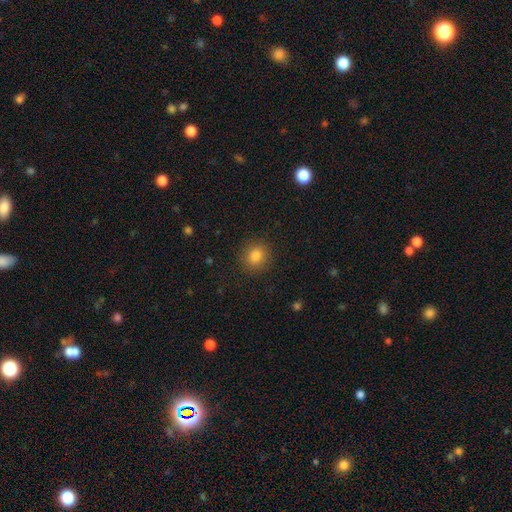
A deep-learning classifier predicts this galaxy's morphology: A smooth galaxy with no disk features (83%) that is round (83%).

Vote fractions:
- Smooth or featured? smooth: 83% / star or artifact: 11% / featured or disk: 5%
- How rounded? round: 83% / in between: 16% / cigar-shaped: 1%
- Merging? none: 89% / minor disturbance: 7% / major disturbance: 3% / merger: 1%